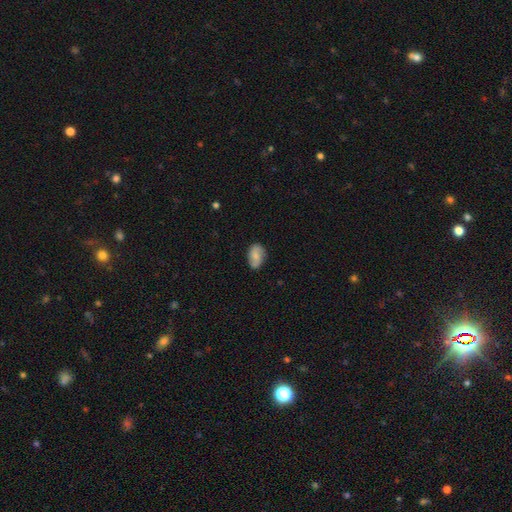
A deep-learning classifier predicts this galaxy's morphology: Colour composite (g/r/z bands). It shows a smooth galaxy with no disk features (57%) that is in between round and cigar-shaped (85%). Merging: none (75%).